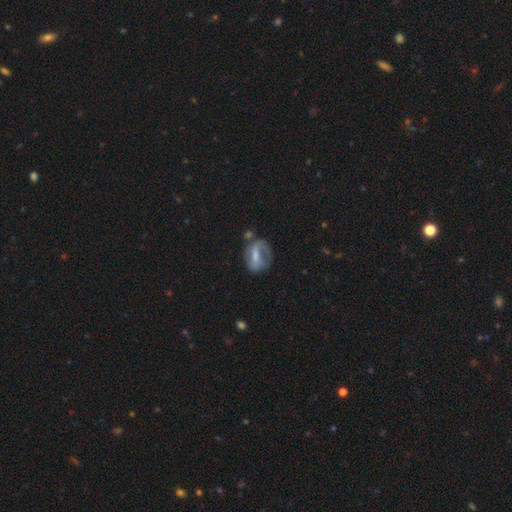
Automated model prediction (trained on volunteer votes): featured or disk 51%, smooth 41%, star or artifact 8%. Down the decision tree: edge-on disk — no (95%); merging — none (45%).